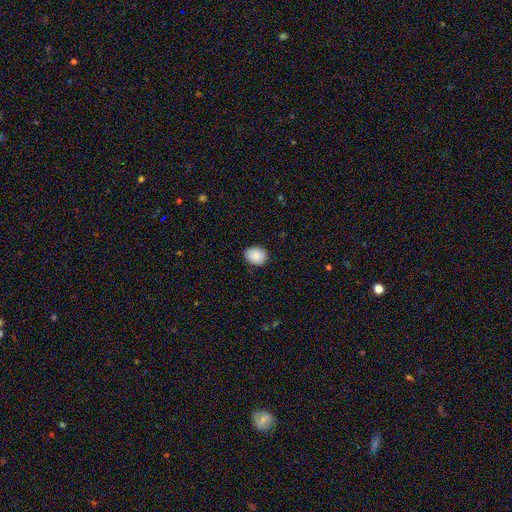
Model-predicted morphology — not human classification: Q: Smooth or featured?
A: smooth (88%); runner-up: star or artifact (7%)
Q: How rounded?
A: in between (53%); runner-up: round (46%)
Q: Merging?
A: none (85%); runner-up: minor disturbance (12%)